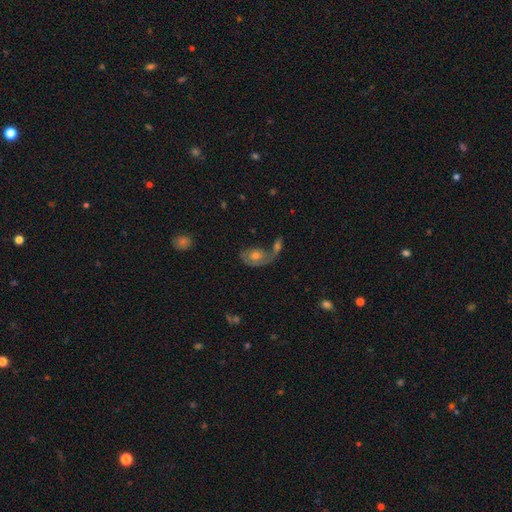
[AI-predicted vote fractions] The model was most divided on "merging": merger: 40%, none: 33%, major disturbance: 14%, minor disturbance: 13%. More confident: edge-on disk — no (94%); smooth or featured — featured or disk (52%).